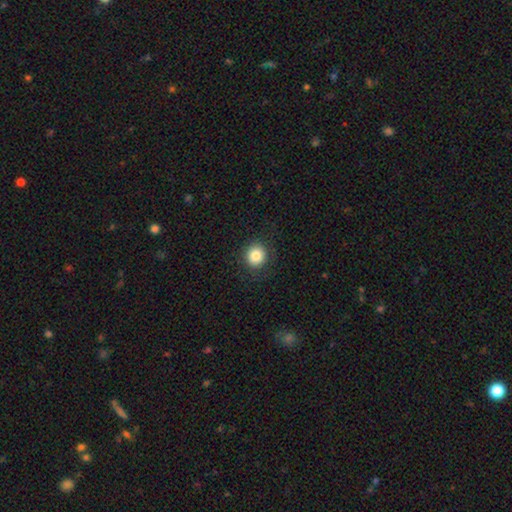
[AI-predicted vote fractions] Smooth or featured: smooth — 84% (star or artifact — 10%)
How rounded: round — 88% (in between — 11%)
Merging: none — 88% (minor disturbance — 8%)